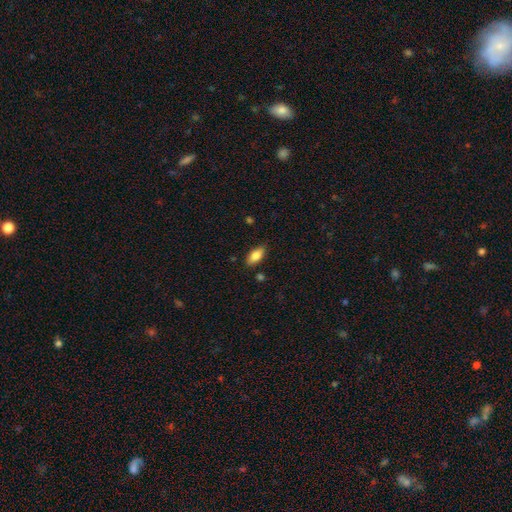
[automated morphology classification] Smooth or featured? Predicted: smooth (p=0.77). How rounded? Predicted: in between (p=0.85). Merging? Predicted: none (p=0.84).